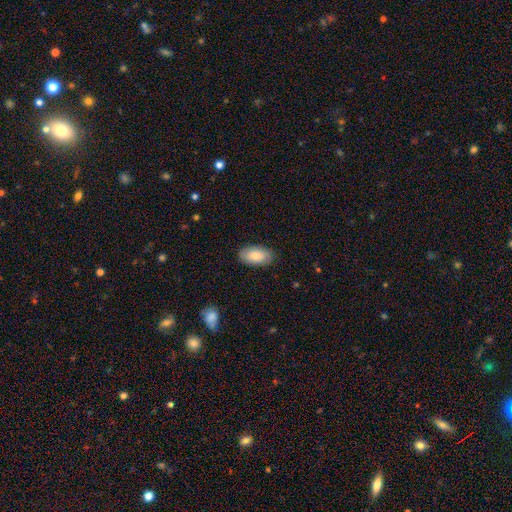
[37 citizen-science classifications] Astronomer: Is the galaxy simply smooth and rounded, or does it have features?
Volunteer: smooth — 84%.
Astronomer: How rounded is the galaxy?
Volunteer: in between — 97%.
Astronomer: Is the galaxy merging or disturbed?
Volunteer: none — 100%.